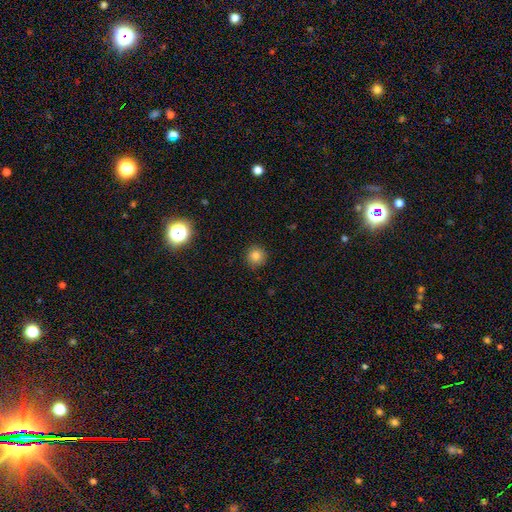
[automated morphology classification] This appears to be a smooth galaxy with no disk features (81%) that is round (95%). Merging: none (91%).